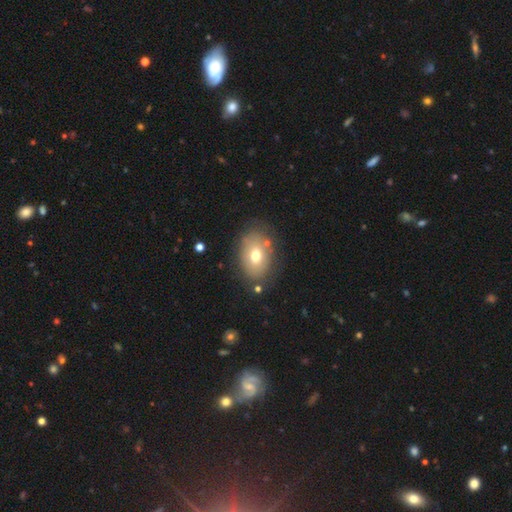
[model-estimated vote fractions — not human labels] smooth 67%, featured or disk 23%, star or artifact 10%. Down the decision tree: how rounded — in between (77%); merging — none (76%).